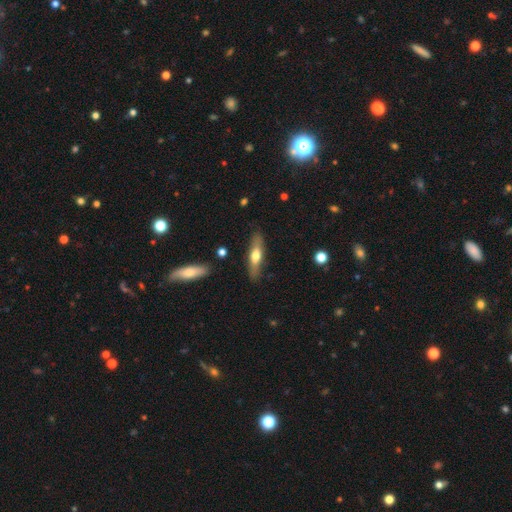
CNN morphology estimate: smooth_or_featured: smooth (p=0.50) [alt: featured or disk p=0.44]
merging: none (p=0.84) [alt: minor disturbance p=0.11]